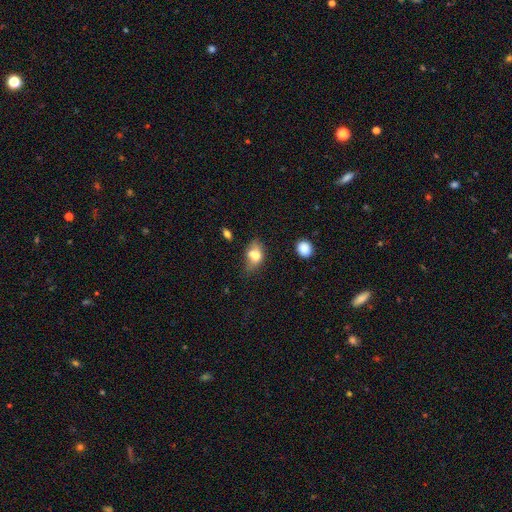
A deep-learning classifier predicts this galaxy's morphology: Overall: smooth (67%). How rounded: in between (75%). Merging: none (35%; minor disturbance 27%).